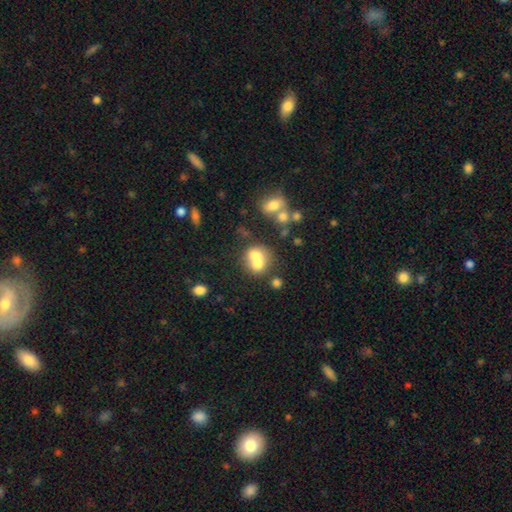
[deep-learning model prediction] Smooth or featured? smooth (65%)
How rounded? round (65%)
Merging? merger (62%)